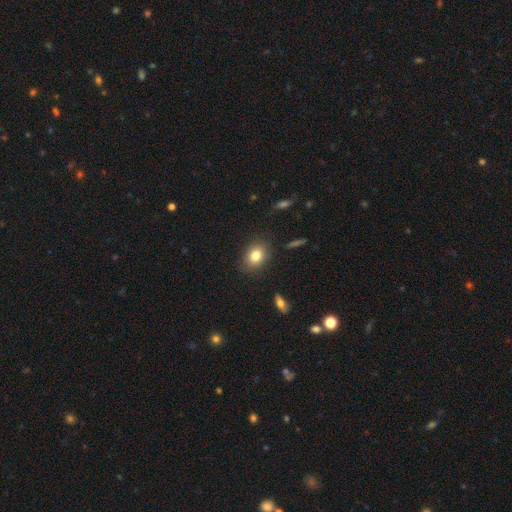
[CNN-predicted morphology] Smooth or featured? Predicted: smooth (p=0.81). How rounded? Predicted: in between (p=0.63). Merging? Predicted: none (p=0.86).